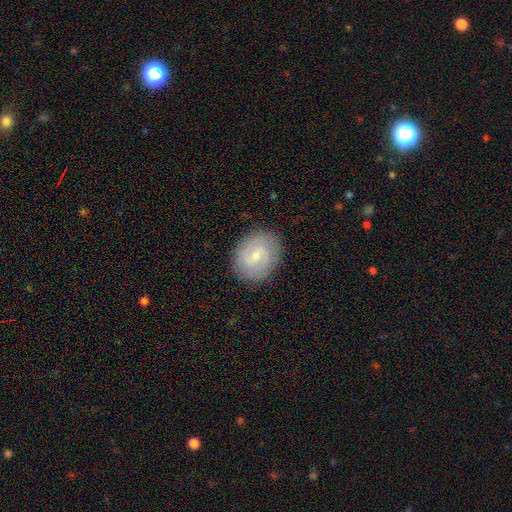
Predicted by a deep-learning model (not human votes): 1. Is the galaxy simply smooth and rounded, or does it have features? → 52% smooth, 41% featured or disk, 7% star or artifact.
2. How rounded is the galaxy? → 61% round, 38% in between, 1% cigar-shaped.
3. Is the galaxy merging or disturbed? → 86% none, 10% minor disturbance, 3% major disturbance, 1% merger.